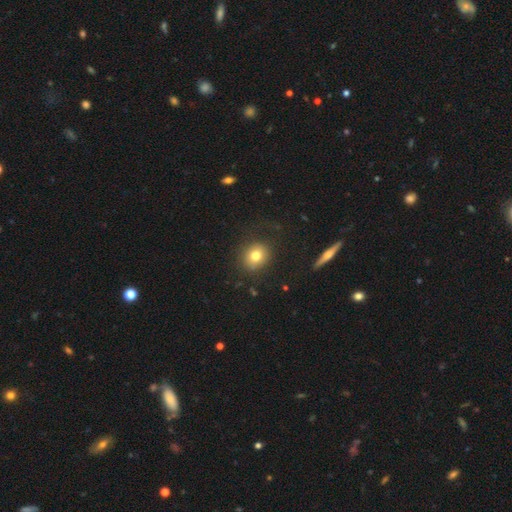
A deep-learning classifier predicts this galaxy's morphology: smooth-or-featured: smooth: 78% | star or artifact: 11% | featured or disk: 11%
  how-rounded: round: 75% | in between: 24% | cigar-shaped: 1%
  merging: none: 80% | minor disturbance: 13% | major disturbance: 6% | merger: 2%